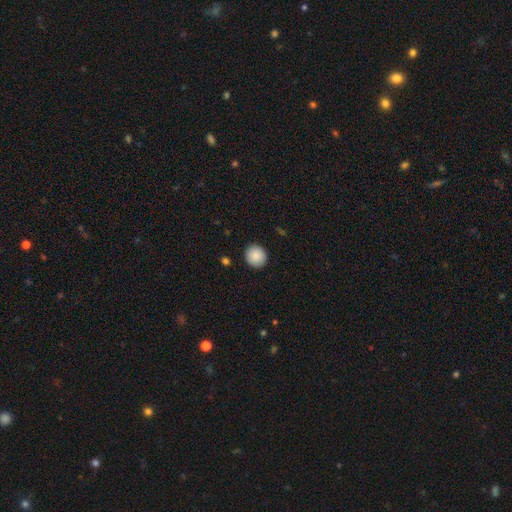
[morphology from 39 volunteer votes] A smooth galaxy with no disk features (97%) that is round (50%, tied with in between).

Vote fractions:
- Smooth or featured? smooth: 97% / featured or disk: 3% / star or artifact: 0%
- How rounded? round: 50% (tied) / in between: 50% (tied) / cigar-shaped: 0%
- Merging? none: 92% / minor disturbance: 3% / major disturbance: 3% / merger: 3%